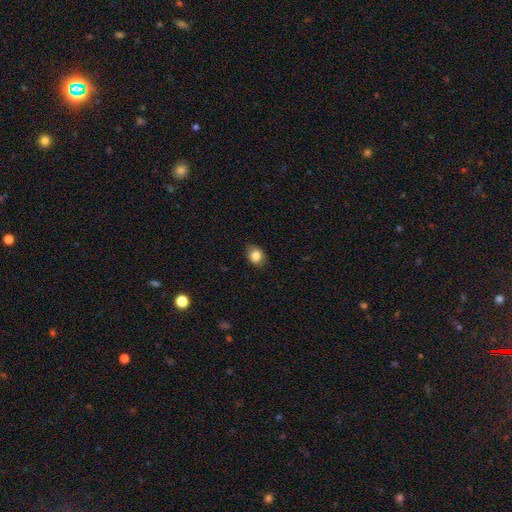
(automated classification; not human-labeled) smooth_or_featured: smooth (p=0.84) [alt: star or artifact p=0.09]
how_rounded: in between (p=0.55) [alt: round p=0.44]
merging: none (p=0.84) [alt: minor disturbance p=0.13]